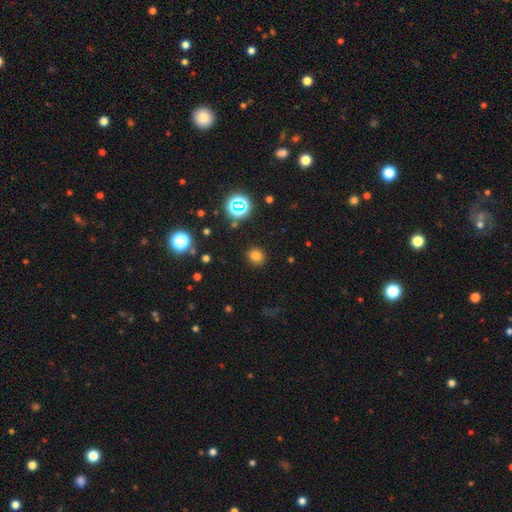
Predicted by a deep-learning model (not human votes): Q: Smooth or featured?
A: smooth (75%); runner-up: star or artifact (19%)
Q: How rounded?
A: round (86%); runner-up: in between (13%)
Q: Merging?
A: none (89%); runner-up: minor disturbance (7%)